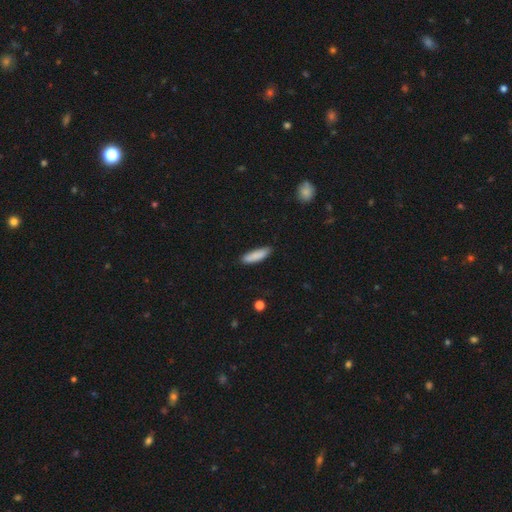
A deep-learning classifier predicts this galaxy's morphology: The model was most divided on "how rounded": cigar-shaped: 62%, in between: 37%, round: 2%. More confident: smooth or featured — smooth (87%); merging — none (82%).